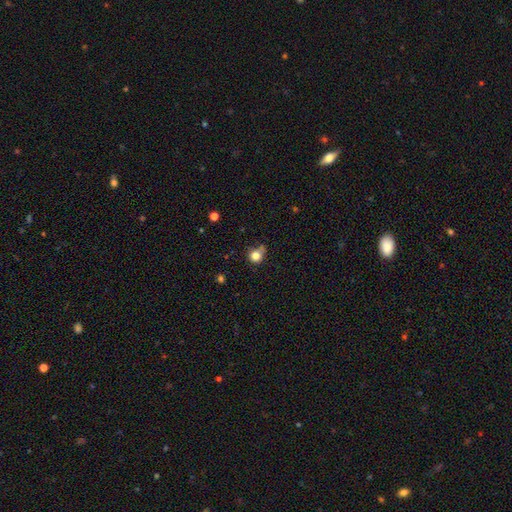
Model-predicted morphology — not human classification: type=smooth (81%); roundness=round (84%); merging=none (56%).